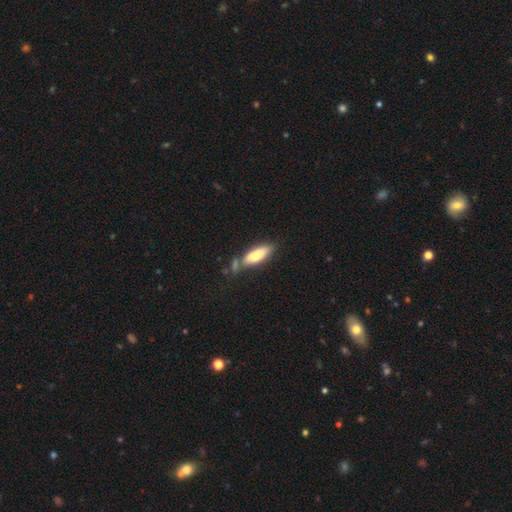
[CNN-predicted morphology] Smooth or featured?
  - smooth: 73% *
  - featured or disk: 20%
  - star or artifact: 6%
How rounded?
  - in between: 52% *
  - cigar-shaped: 46%
  - round: 2%
Merging?
  - none: 56% *
  - minor disturbance: 21%
  - merger: 17%
  - major disturbance: 6%